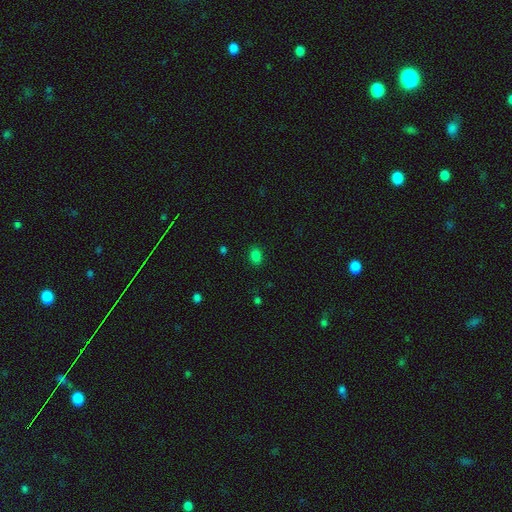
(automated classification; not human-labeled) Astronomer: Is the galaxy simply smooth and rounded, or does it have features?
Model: smooth — 82%.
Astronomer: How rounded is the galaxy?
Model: in between — 77%.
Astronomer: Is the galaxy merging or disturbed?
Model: none — 86%.